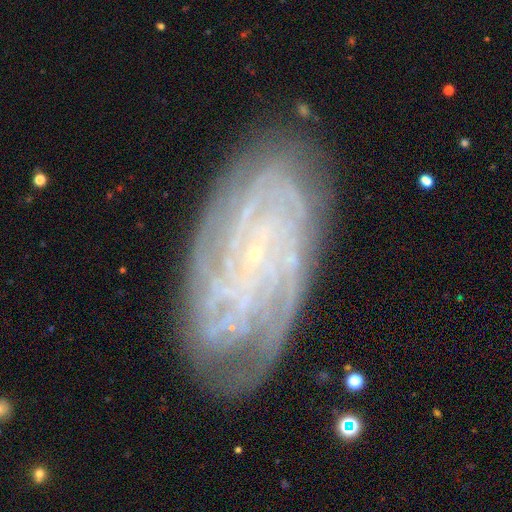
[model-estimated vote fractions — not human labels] Q: Smooth or featured?
A: featured or disk (87%); runner-up: star or artifact (7%)
Q: Edge-on disk?
A: no (96%); runner-up: yes (4%)
Q: Bar?
A: no (71%); runner-up: weak (21%)
Q: Spiral arms?
A: yes (98%); runner-up: no (2%)
Q: Spiral winding?
A: tight (80%); runner-up: medium (16%)
Q: Spiral arm count?
A: more than 4 (24%); runner-up: 4 (23%)
Q: Bulge size?
A: small (89%); runner-up: moderate (5%)
Q: Merging?
A: none (80%); runner-up: minor disturbance (14%)